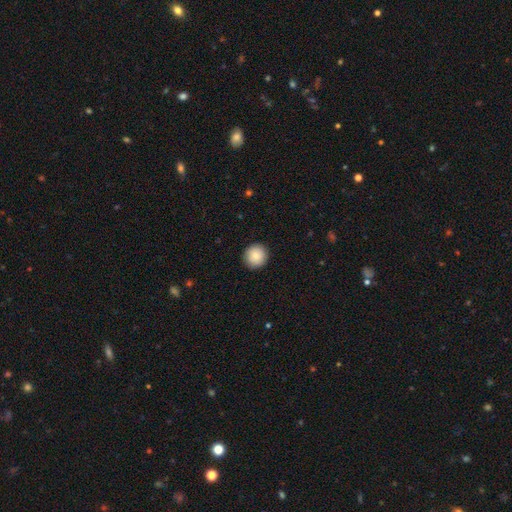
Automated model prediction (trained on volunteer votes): Q: Smooth or featured?
A: smooth (86%); runner-up: star or artifact (8%)
Q: How rounded?
A: round (93%); runner-up: in between (6%)
Q: Merging?
A: none (91%); runner-up: minor disturbance (6%)